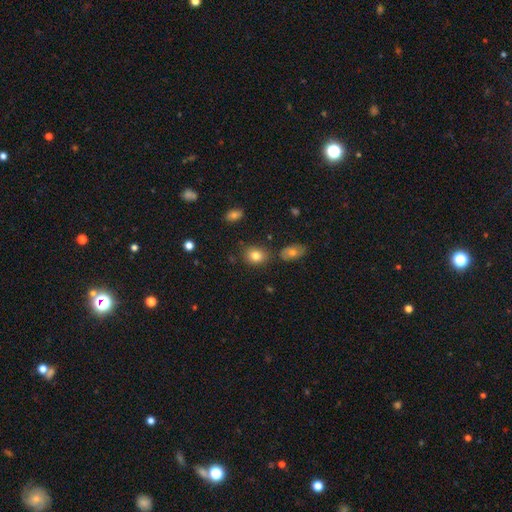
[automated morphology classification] smooth_or_featured: smooth (p=0.82) [alt: star or artifact p=0.10]
how_rounded: round (p=0.51) [alt: in between p=0.48]
merging: none (p=0.79) [alt: minor disturbance p=0.12]